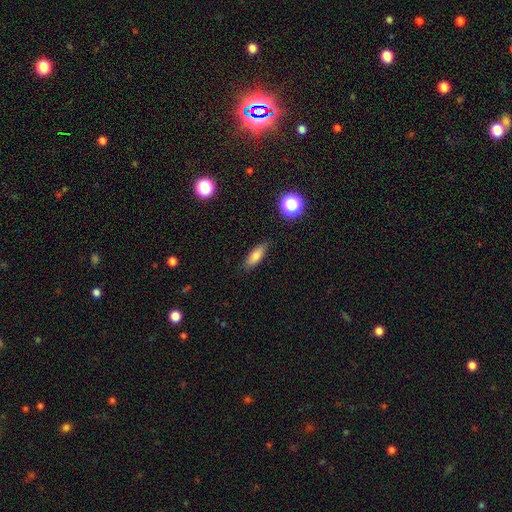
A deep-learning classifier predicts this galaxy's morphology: This appears to be a smooth galaxy with no disk features (77%) that is in between round and cigar-shaped (65%). Merging: none (83%).